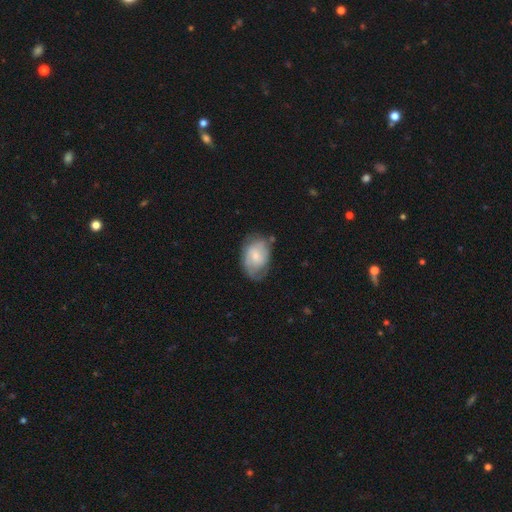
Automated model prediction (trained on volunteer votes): Smooth or featured? Predicted: featured or disk (p=0.50). Merging? Predicted: none (p=0.57).